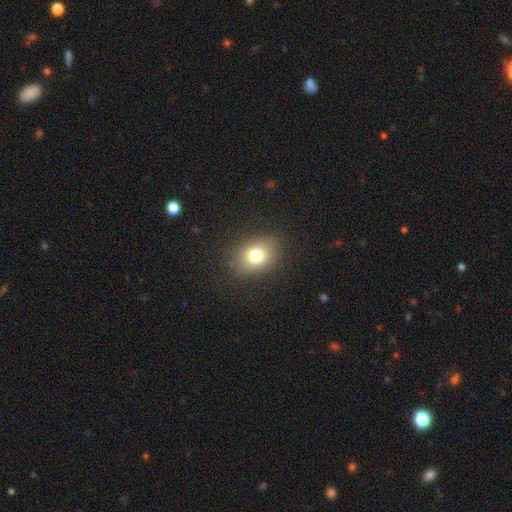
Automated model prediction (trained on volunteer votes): smooth 76%, star or artifact 13%, featured or disk 11%. Down the decision tree: how rounded — in between (59%); merging — none (83%).